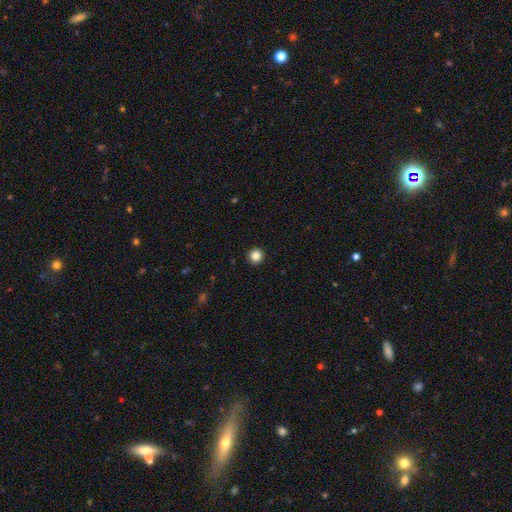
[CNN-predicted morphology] smooth-or-featured: smooth: 85% | star or artifact: 11% | featured or disk: 4%
  how-rounded: round: 96% | in between: 3% | cigar-shaped: 1%
  merging: none: 94% | minor disturbance: 4% | major disturbance: 1% | merger: 1%